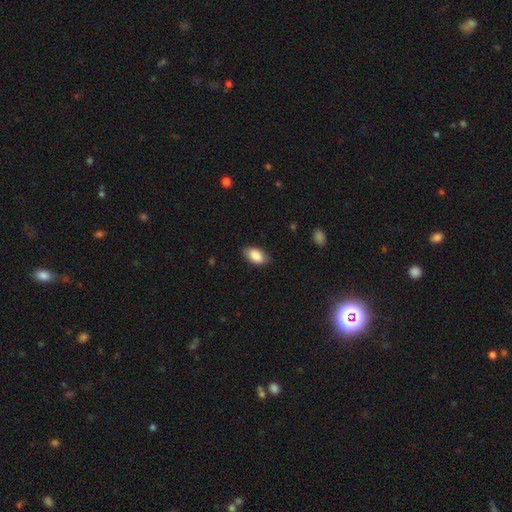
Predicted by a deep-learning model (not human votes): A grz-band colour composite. It shows a smooth galaxy with no disk features (88%) that is in between round and cigar-shaped (93%). Merging: none (84%).